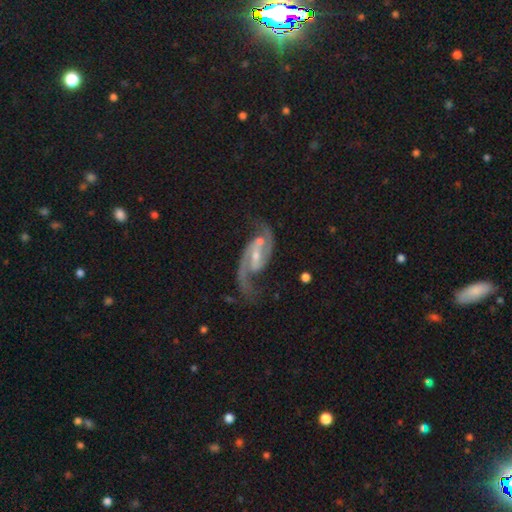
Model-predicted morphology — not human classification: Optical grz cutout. It shows a featured or disk galaxy (91%) with a weak bar (44%), 2 (93%) medium (52%) spiral arms (98%) and a small central bulge (57%). Merging: none (68%).